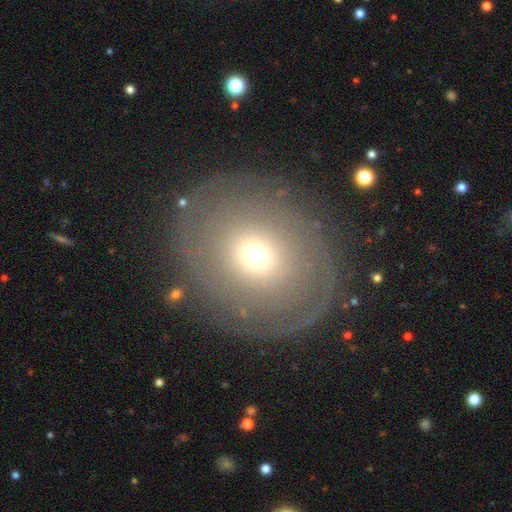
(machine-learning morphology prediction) Smooth or featured? Predicted: smooth (p=0.49). Merging? Predicted: none (p=0.83).